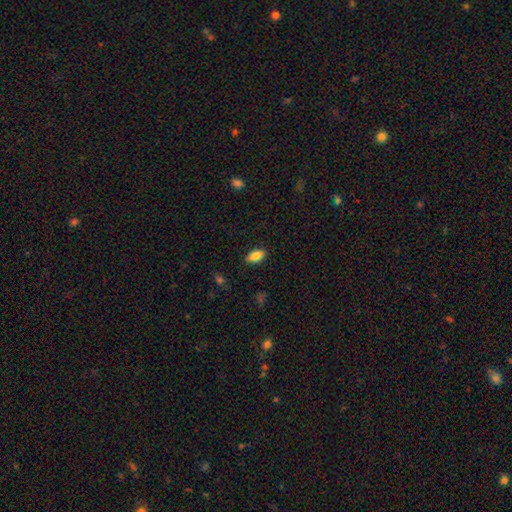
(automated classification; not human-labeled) Smooth or featured?
  - smooth: 87% *
  - star or artifact: 8%
  - featured or disk: 5%
How rounded?
  - in between: 91% *
  - cigar-shaped: 5%
  - round: 4%
Merging?
  - none: 88% *
  - minor disturbance: 9%
  - major disturbance: 2%
  - merger: 1%